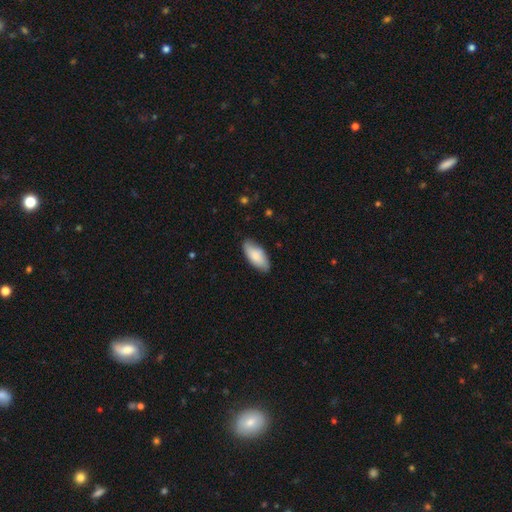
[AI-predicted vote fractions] smooth 81%, featured or disk 13%, star or artifact 6%. Down the decision tree: how rounded — in between (88%); merging — none (80%).